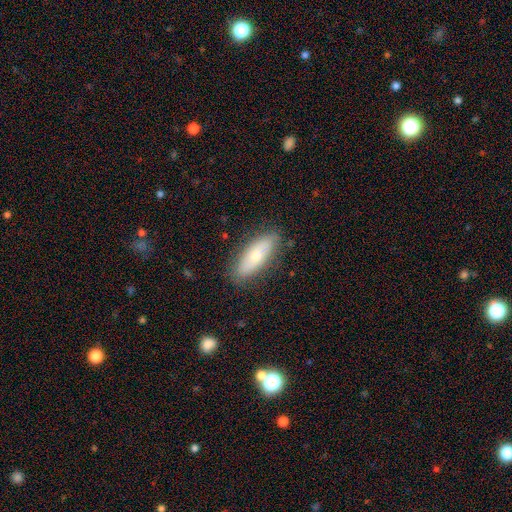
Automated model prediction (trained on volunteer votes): smooth_or_featured: smooth (p=0.63) [alt: featured or disk p=0.31]
how_rounded: in between (p=0.66) [alt: cigar-shaped p=0.32]
merging: none (p=0.84) [alt: minor disturbance p=0.12]